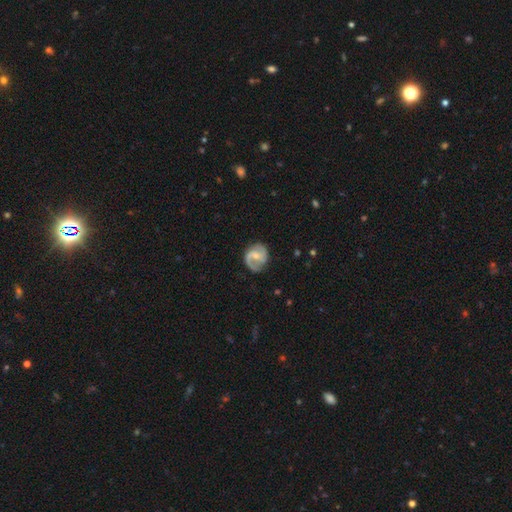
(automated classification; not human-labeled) This is clearly a featured or disk galaxy (81%). It is clearly not viewed edge-on (98%). Bar: possibly weak (50%). Spiral arm pattern: clearly yes (95%). Spiral arm count: clearly 2 (82%). Spiral winding: possibly medium (51%). Central bulge: possibly small (53%). Merging: likely none (74%).